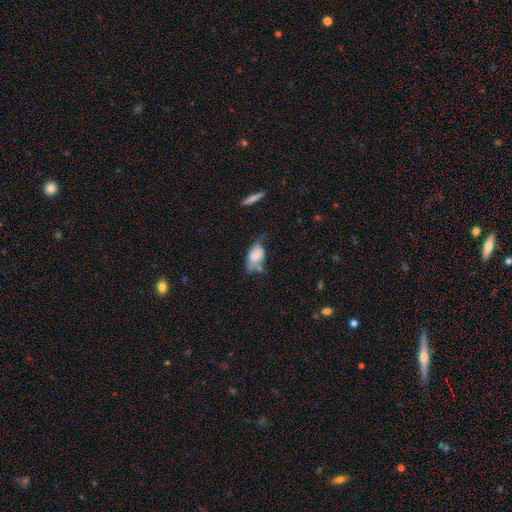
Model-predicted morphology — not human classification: Q: Smooth or featured?
A: smooth (68%); runner-up: featured or disk (24%)
Q: How rounded?
A: in between (87%); runner-up: round (10%)
Q: Merging?
A: minor disturbance (33%); runner-up: none (27%)